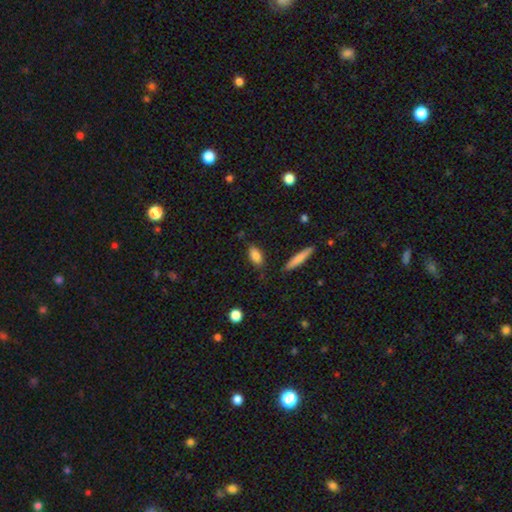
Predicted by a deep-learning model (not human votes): Smooth or featured?
  - smooth: 84% *
  - featured or disk: 8%
  - star or artifact: 7%
How rounded?
  - in between: 80% *
  - cigar-shaped: 16%
  - round: 4%
Merging?
  - none: 79% *
  - minor disturbance: 14%
  - merger: 3%
  - major disturbance: 3%